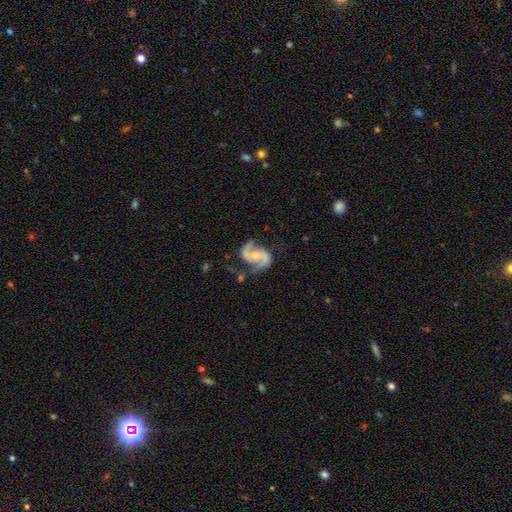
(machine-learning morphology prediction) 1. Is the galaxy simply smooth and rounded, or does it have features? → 90% featured or disk, 5% smooth, 5% star or artifact.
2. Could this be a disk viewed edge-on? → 98% no, 2% yes.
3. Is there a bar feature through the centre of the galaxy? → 53% no, 33% weak, 14% strong.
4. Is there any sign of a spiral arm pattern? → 98% yes, 2% no.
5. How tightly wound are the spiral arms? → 52% medium, 33% loose, 15% tight.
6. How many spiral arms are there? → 93% 2, 2% can't tell, 2% 3, 2% 1, 1% 4, 1% more than 4.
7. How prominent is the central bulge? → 52% small, 43% moderate, 3% none, 2% large, 1% dominant.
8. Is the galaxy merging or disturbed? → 68% none, 19% minor disturbance, 10% major disturbance, 3% merger.